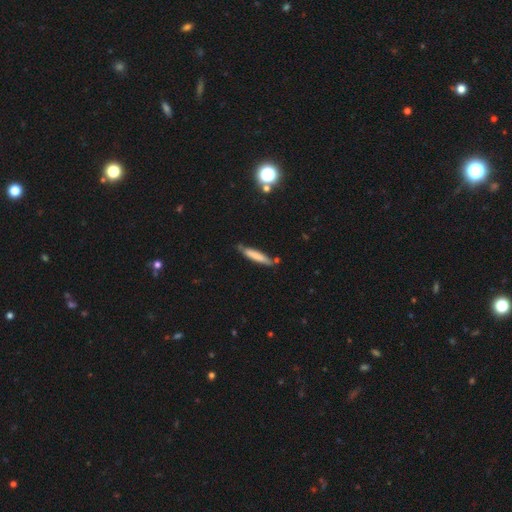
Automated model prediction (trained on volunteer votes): smooth_or_featured: smooth (p=0.71) [alt: featured or disk p=0.22]
how_rounded: cigar-shaped (p=0.91) [alt: in between p=0.08]
merging: none (p=0.74) [alt: minor disturbance p=0.18]